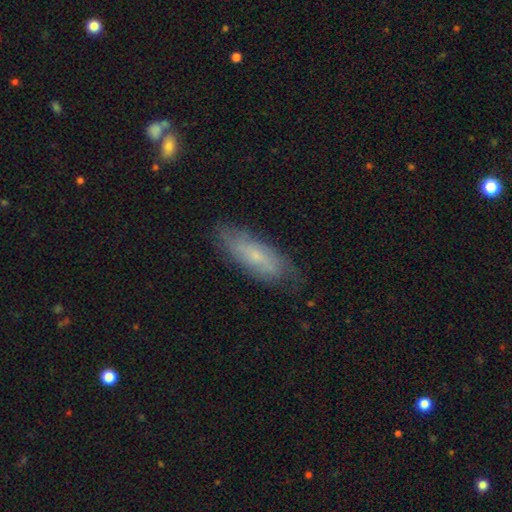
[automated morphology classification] Overall: featured or disk (47%; smooth 45%). Merging: none (75%).